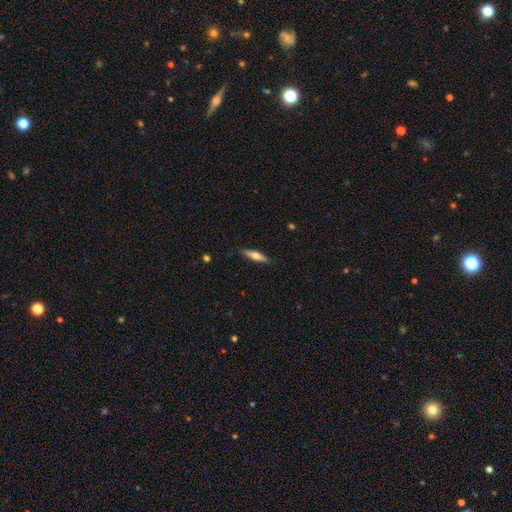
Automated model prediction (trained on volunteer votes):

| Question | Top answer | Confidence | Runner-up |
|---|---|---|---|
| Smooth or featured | smooth | 53% | featured or disk (41%) |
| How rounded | cigar-shaped | 76% | in between (22%) |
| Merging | none | 88% | minor disturbance (9%) |